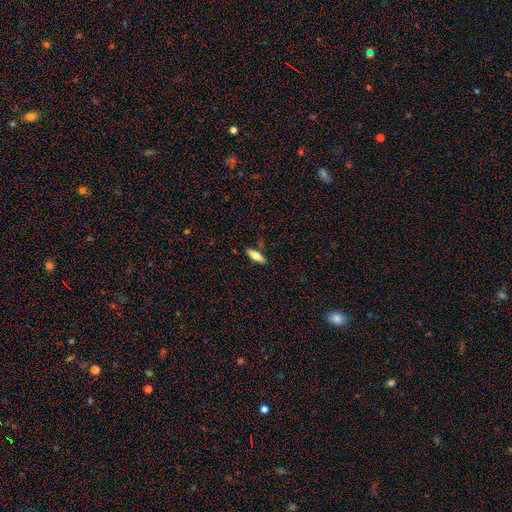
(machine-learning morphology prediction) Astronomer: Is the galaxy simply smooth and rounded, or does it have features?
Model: smooth — 68%.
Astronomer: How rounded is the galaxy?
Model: in between — 53% (runner-up: cigar-shaped, 45%).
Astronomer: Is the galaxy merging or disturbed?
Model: none — 83%.